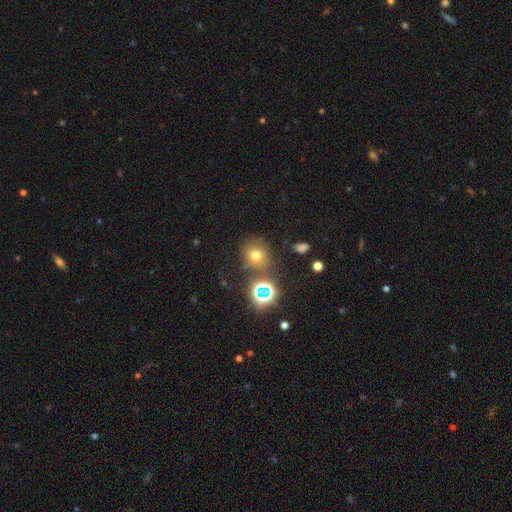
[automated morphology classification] Overall: smooth (64%; star or artifact 25%). How rounded: round (79%). Merging: none (72%).